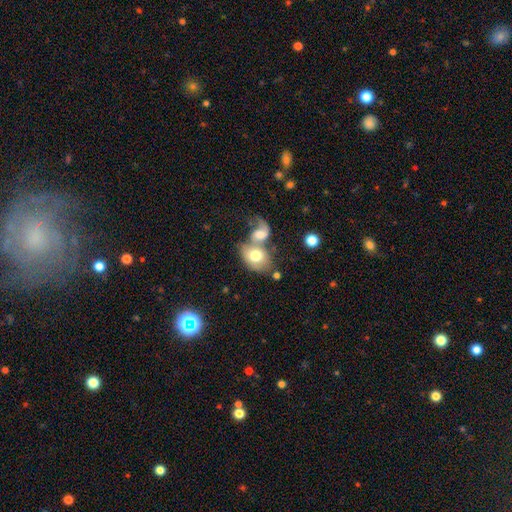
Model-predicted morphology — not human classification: type=smooth (64%); roundness=in between (71%); merging=merger (66%).